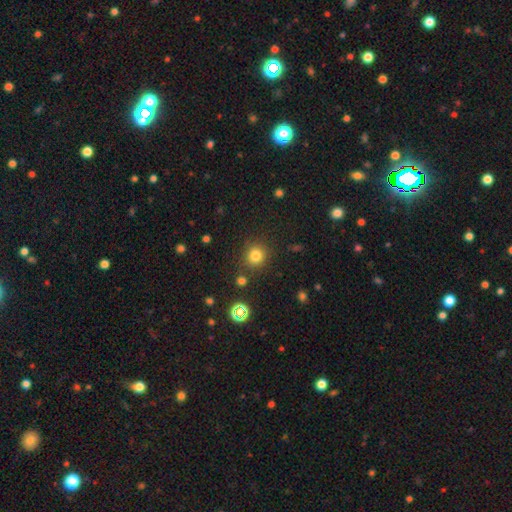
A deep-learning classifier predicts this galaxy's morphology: Q: Smooth or featured?
A: smooth (78%); runner-up: star or artifact (17%)
Q: How rounded?
A: round (88%); runner-up: in between (11%)
Q: Merging?
A: none (83%); runner-up: minor disturbance (9%)